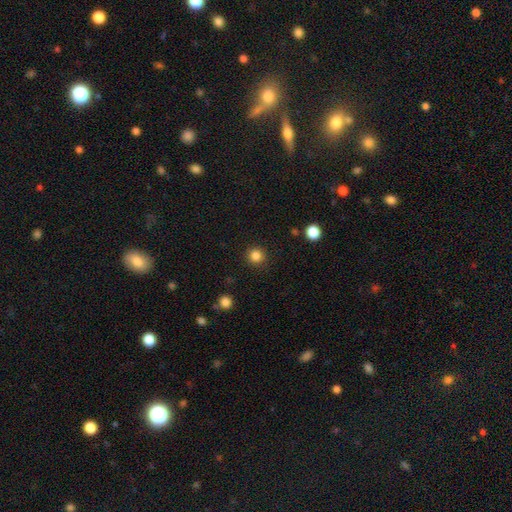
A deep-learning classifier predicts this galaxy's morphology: Q: Smooth or featured?
A: smooth (85%); runner-up: star or artifact (12%)
Q: How rounded?
A: round (95%); runner-up: in between (4%)
Q: Merging?
A: none (91%); runner-up: minor disturbance (6%)